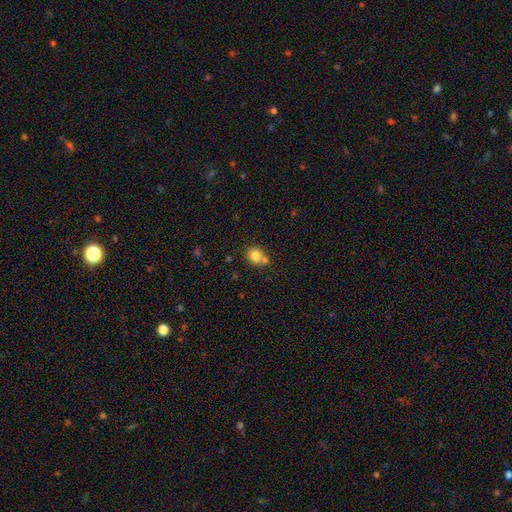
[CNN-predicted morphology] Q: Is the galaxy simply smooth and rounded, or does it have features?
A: smooth — 81%.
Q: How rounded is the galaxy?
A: round — 76%.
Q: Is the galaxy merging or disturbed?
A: none — 57%.